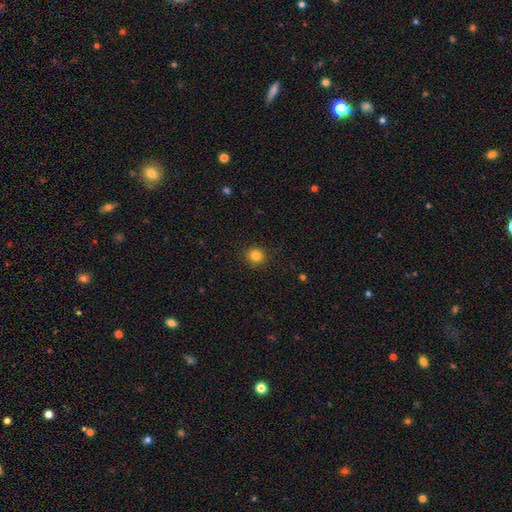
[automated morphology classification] This appears to be a smooth galaxy with no disk features (83%) that is round (90%). Merging: none (90%).